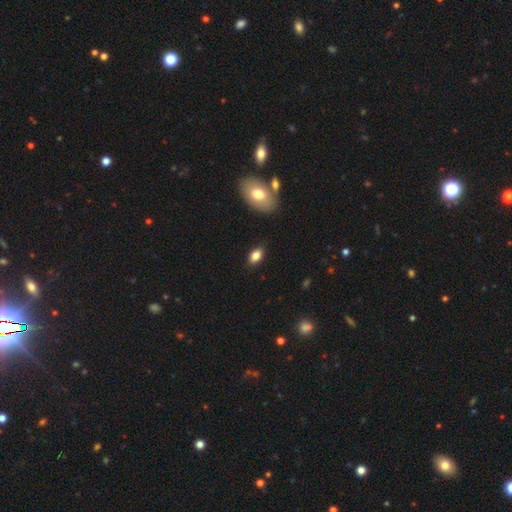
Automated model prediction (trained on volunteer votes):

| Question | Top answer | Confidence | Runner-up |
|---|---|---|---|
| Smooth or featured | smooth | 82% | featured or disk (9%) |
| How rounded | in between | 90% | round (7%) |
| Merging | none | 86% | minor disturbance (10%) |